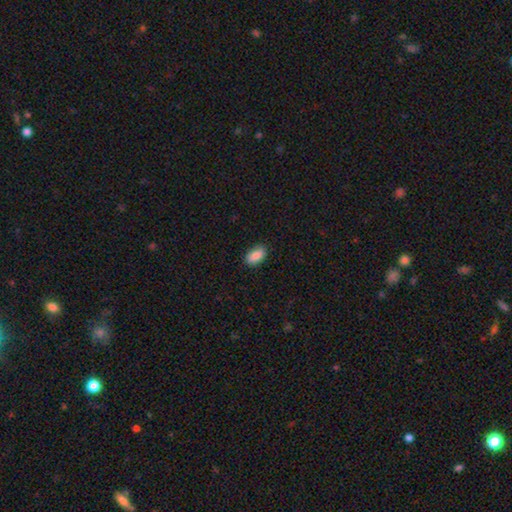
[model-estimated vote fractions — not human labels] smooth 89%, star or artifact 7%, featured or disk 4%. Down the decision tree: how rounded — in between (93%); merging — none (88%).